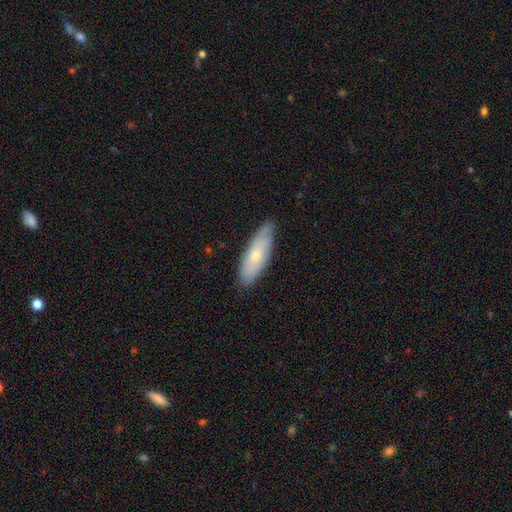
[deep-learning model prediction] smooth_or_featured: smooth (p=0.59) [alt: featured or disk p=0.35]
how_rounded: in between (p=0.59) [alt: cigar-shaped p=0.39]
merging: none (p=0.79) [alt: minor disturbance p=0.17]